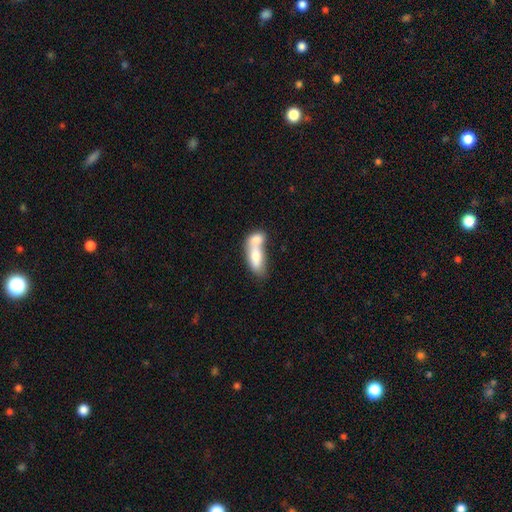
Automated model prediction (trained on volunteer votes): smooth_or_featured: smooth (p=0.69) [alt: featured or disk p=0.24]
how_rounded: in between (p=0.76) [alt: cigar-shaped p=0.19]
merging: merger (p=0.75) [alt: none p=0.13]